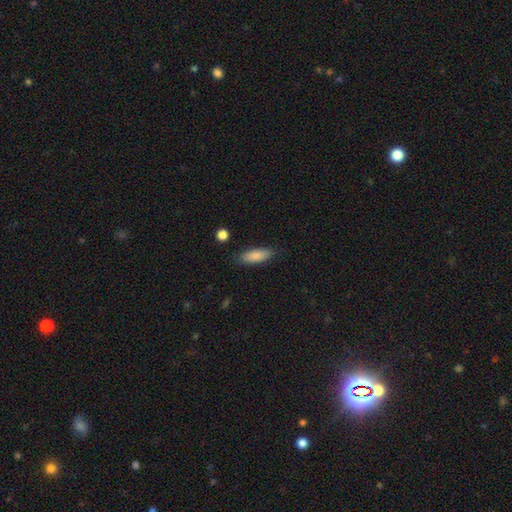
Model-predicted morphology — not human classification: The model was most divided on "how rounded": in between: 62%, cigar-shaped: 37%, round: 2%. More confident: smooth or featured — smooth (87%); merging — none (85%).